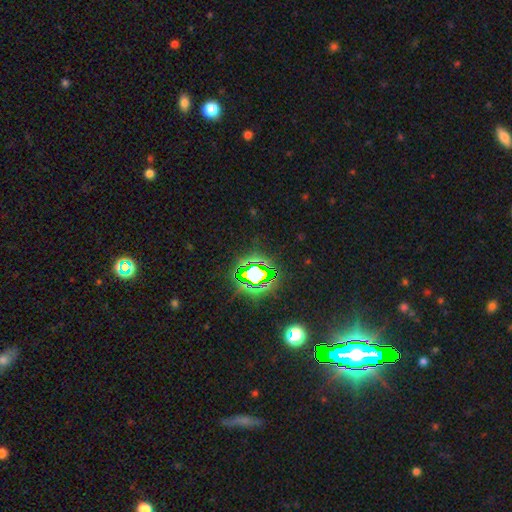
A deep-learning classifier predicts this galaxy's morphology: Smooth or featured?
  - star or artifact: 82% *
  - smooth: 11%
  - featured or disk: 7%